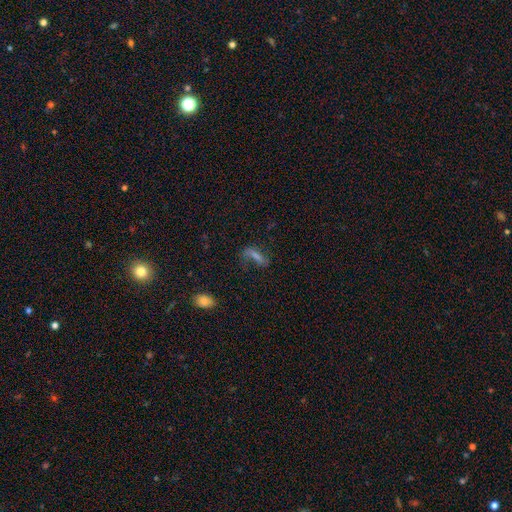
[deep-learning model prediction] This appears to be a smooth galaxy with no disk features (43%). Merging: none (50%).